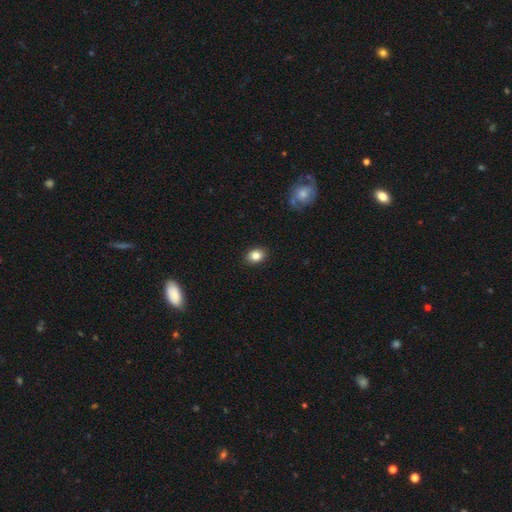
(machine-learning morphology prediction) type=smooth (83%); roundness=in between (62%); merging=none (90%).